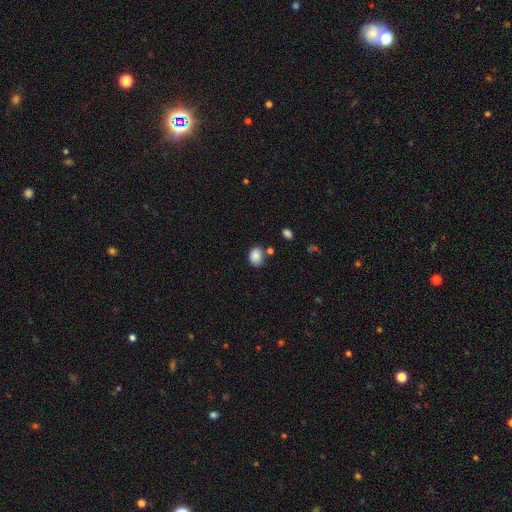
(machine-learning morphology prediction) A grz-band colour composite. It shows a smooth galaxy with no disk features (87%) that is in between round and cigar-shaped (56%). Merging: none (68%).